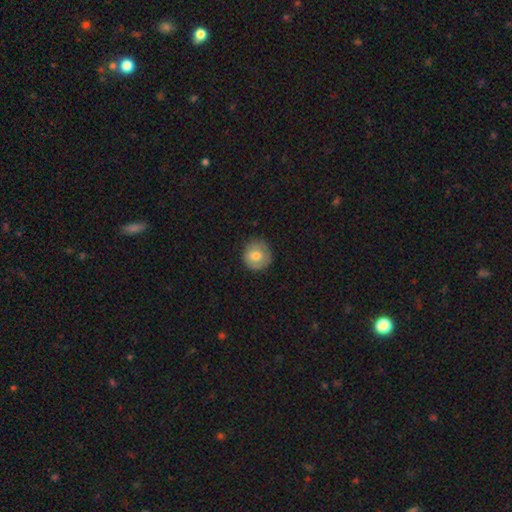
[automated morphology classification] A smooth galaxy with no disk features (73%) that is round (92%).

Vote fractions:
- Smooth or featured? smooth: 73% / featured or disk: 20% / star or artifact: 7%
- How rounded? round: 92% / in between: 7% / cigar-shaped: 1%
- Merging? none: 85% / minor disturbance: 11% / major disturbance: 3% / merger: 1%